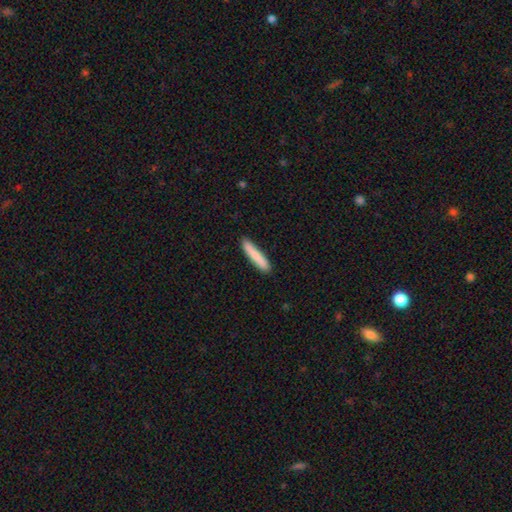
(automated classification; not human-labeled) Smooth or featured?
  - smooth: 83% *
  - featured or disk: 12%
  - star or artifact: 6%
How rounded?
  - cigar-shaped: 92% *
  - in between: 6%
  - round: 1%
Merging?
  - none: 87% *
  - minor disturbance: 10%
  - major disturbance: 2%
  - merger: 1%